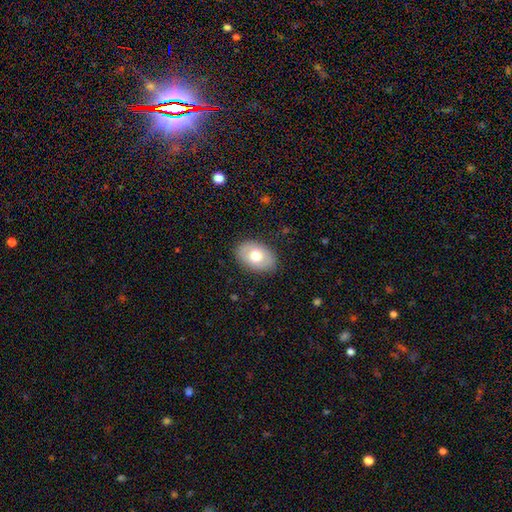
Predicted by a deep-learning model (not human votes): A smooth galaxy with no disk features (69%) that is in between round and cigar-shaped (85%).

Vote fractions:
- Smooth or featured? smooth: 69% / featured or disk: 24% / star or artifact: 7%
- How rounded? in between: 85% / round: 14% / cigar-shaped: 1%
- Merging? none: 85% / minor disturbance: 11% / major disturbance: 3% / merger: 1%